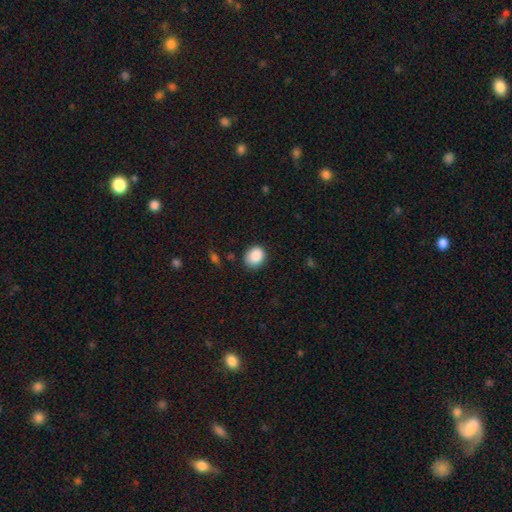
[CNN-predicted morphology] This is clearly a smooth galaxy (88%). How rounded: possibly round (60%). Merging: likely none (78%).